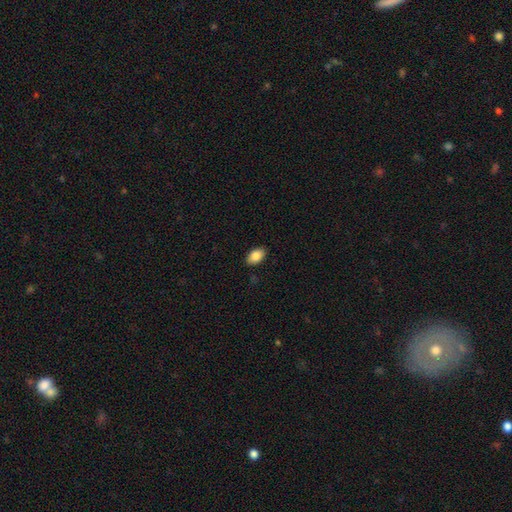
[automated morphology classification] Smooth or featured? smooth (86%)
How rounded? in between (91%)
Merging? none (88%)